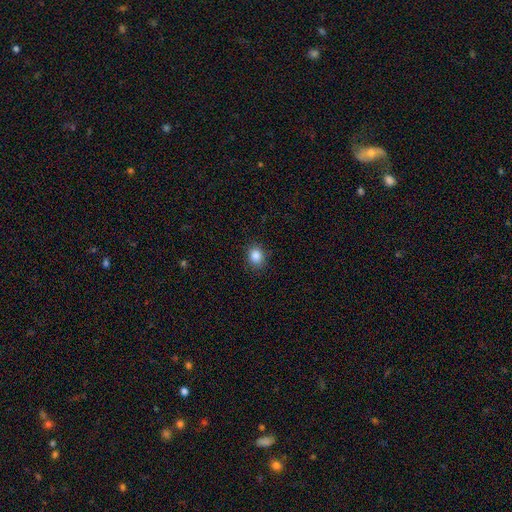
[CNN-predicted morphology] This is clearly a smooth galaxy (86%). How rounded: possibly round (56%). Merging: clearly none (87%).